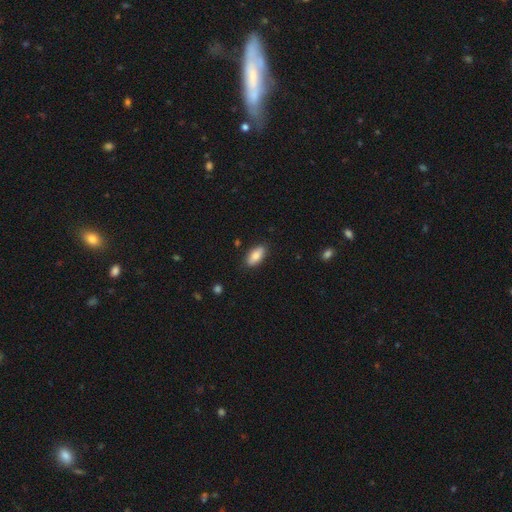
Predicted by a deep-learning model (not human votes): smooth_or_featured: smooth (p=0.83) [alt: featured or disk p=0.11]
how_rounded: in between (p=0.87) [alt: cigar-shaped p=0.10]
merging: none (p=0.87) [alt: minor disturbance p=0.10]